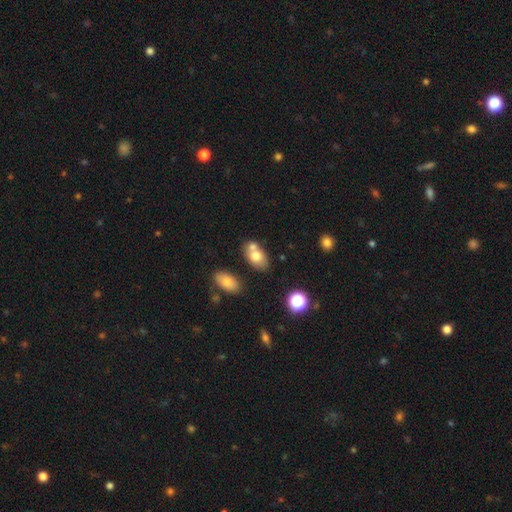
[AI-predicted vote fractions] smooth 71%, featured or disk 20%, star or artifact 10%. Down the decision tree: how rounded — in between (83%); merging — merger (44%).